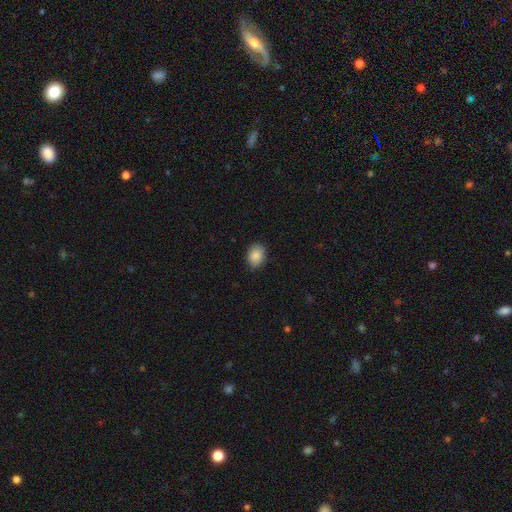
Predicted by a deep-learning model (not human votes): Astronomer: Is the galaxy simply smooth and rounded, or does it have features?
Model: smooth — 87%.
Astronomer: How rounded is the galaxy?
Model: in between — 68%.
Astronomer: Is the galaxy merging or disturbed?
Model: none — 82%.